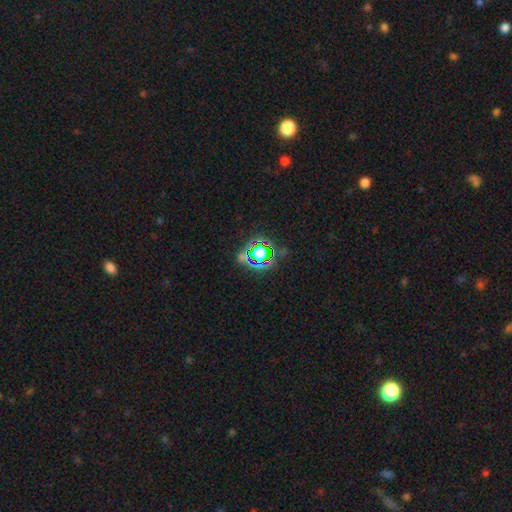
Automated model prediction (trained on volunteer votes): star or artifact 75%, smooth 15%, featured or disk 9%.